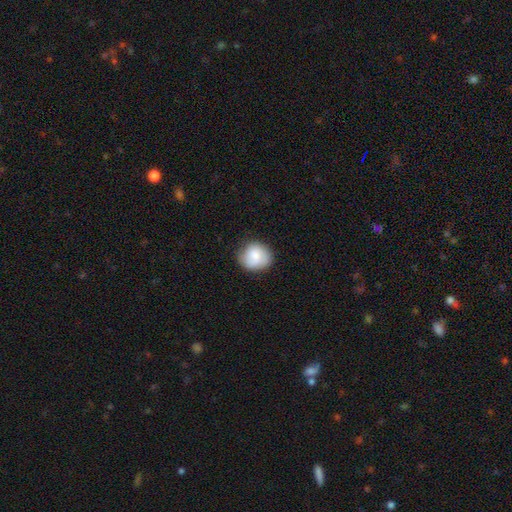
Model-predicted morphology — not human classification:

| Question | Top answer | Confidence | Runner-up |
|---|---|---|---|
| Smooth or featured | smooth | 75% | featured or disk (18%) |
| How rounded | round | 82% | in between (17%) |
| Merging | none | 75% | minor disturbance (19%) |